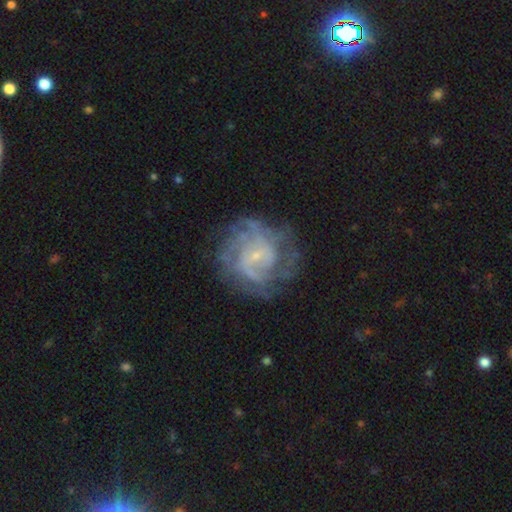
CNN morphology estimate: type=featured or disk (82%); edge-on=no (98%); bar=no (52%); spiral arms=yes (90%); winding=tight (50%); arm count=can't tell (40%); bulge=small (79%); merging=none (68%).